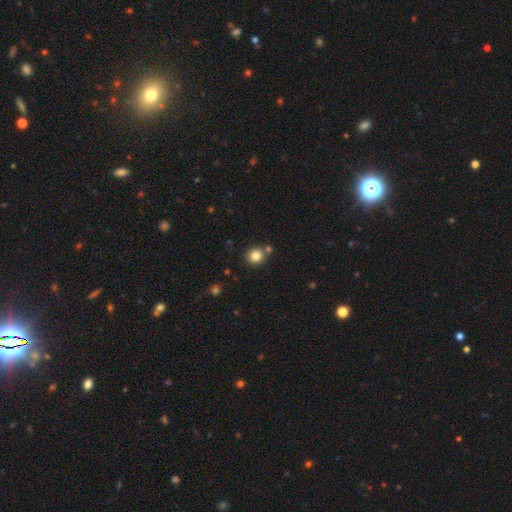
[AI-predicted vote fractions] Smooth or featured?
  - smooth: 82% *
  - star or artifact: 12%
  - featured or disk: 6%
How rounded?
  - round: 92% *
  - in between: 7%
  - cigar-shaped: 1%
Merging?
  - none: 77% *
  - merger: 13%
  - minor disturbance: 8%
  - major disturbance: 2%